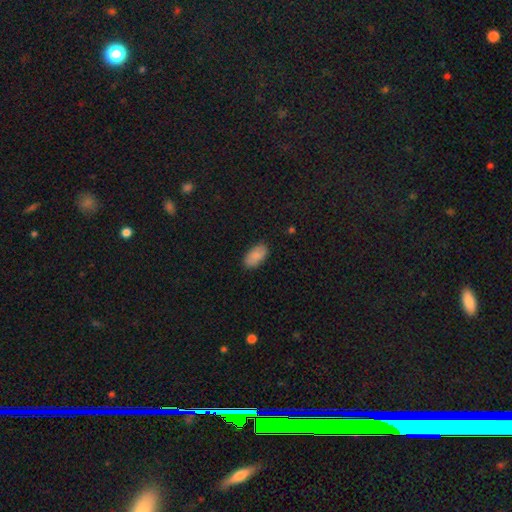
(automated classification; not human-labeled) Smooth or featured? Predicted: smooth (p=0.88). How rounded? Predicted: in between (p=0.95). Merging? Predicted: none (p=0.86).